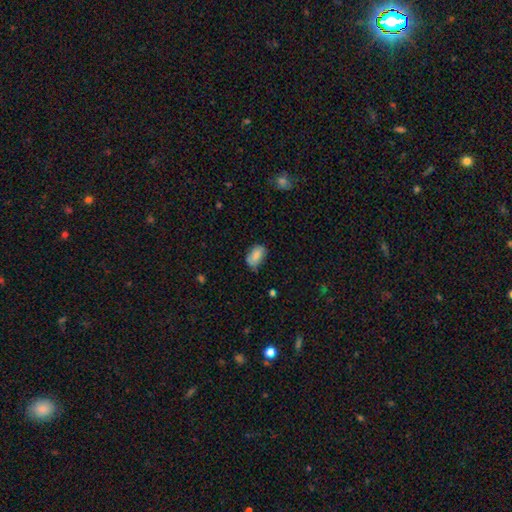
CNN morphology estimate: This appears to be a smooth galaxy with no disk features (83%) that is in between round and cigar-shaped (90%). Merging: none (61%).